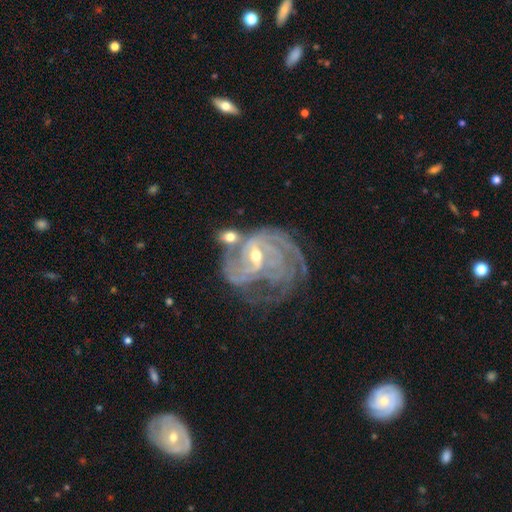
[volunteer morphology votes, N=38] smooth_or_featured: featured or disk (p=0.97) [alt: star or artifact p=0.03]
disk_edge_on: no (p=0.97) [alt: yes p=0.03]
bar: weak (p=0.53) [alt: no p=0.25]
has_spiral_arms: yes (p=0.94) [alt: no p=0.06]
spiral_winding: tight (p=0.65) [alt: medium p=0.24]
spiral_arm_count: can't tell (p=0.44) [alt: 3 p=0.26]
bulge_size: small (p=0.64) [alt: moderate p=0.31]
merging: merger (p=0.30) [alt: none p=0.24]